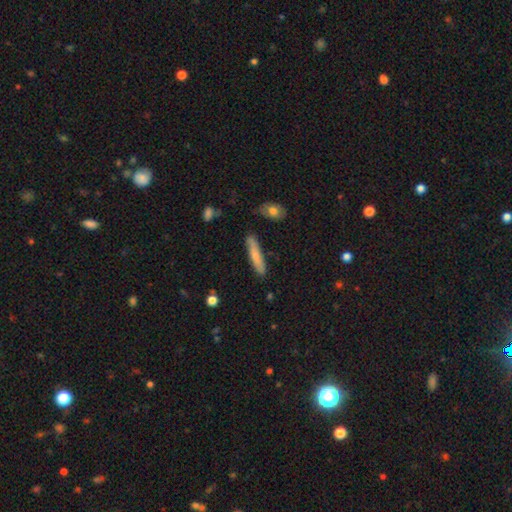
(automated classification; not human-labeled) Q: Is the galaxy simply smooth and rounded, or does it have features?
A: smooth — 71%.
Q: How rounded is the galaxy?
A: cigar-shaped — 87%.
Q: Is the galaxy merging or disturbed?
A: none — 84%.